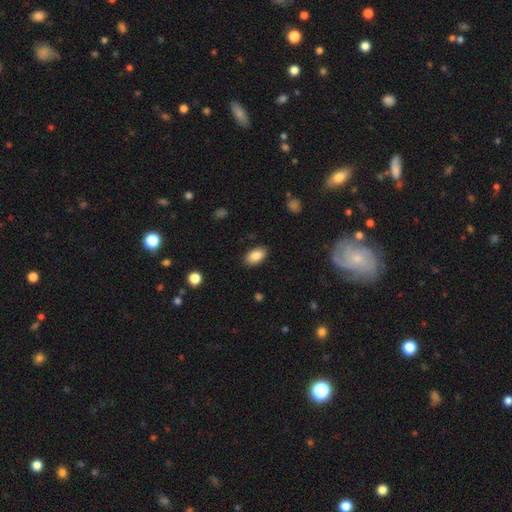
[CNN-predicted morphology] smooth-or-featured: smooth: 87% | star or artifact: 7% | featured or disk: 6%
  how-rounded: in between: 93% | round: 5% | cigar-shaped: 2%
  merging: none: 87% | minor disturbance: 9% | major disturbance: 2% | merger: 1%